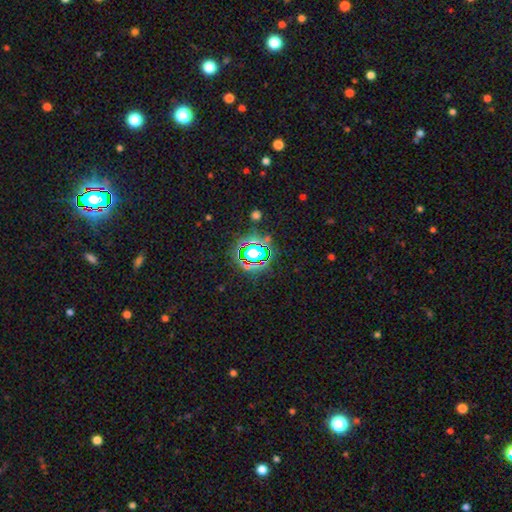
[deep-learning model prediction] The model was most divided on "smooth or featured": star or artifact: 71%, smooth: 19%, featured or disk: 10%.